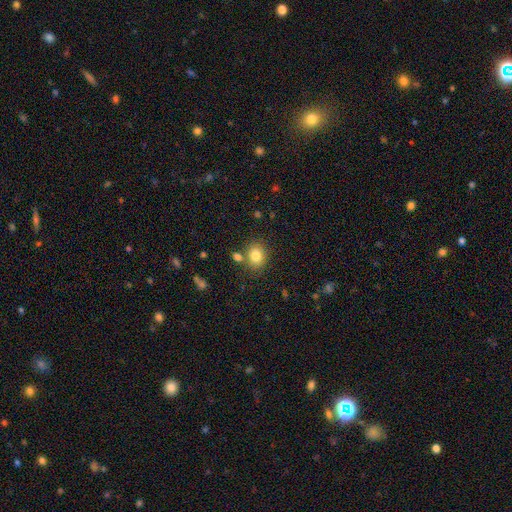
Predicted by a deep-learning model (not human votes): This appears to be a smooth galaxy with no disk features (81%) that is round (59%). Merging: none (74%).